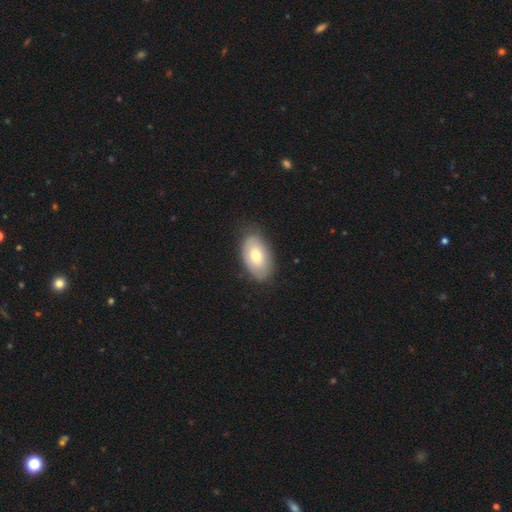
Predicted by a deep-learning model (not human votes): A smooth galaxy with no disk features (69%) that is in between round and cigar-shaped (93%). Merging: none (80%).